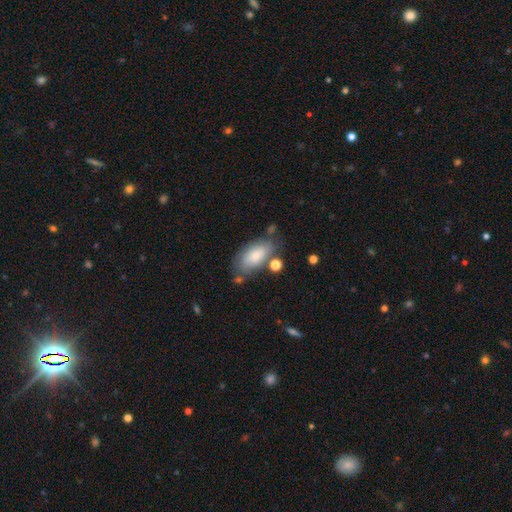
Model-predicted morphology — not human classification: Smooth or featured?
  - smooth: 76% *
  - featured or disk: 17%
  - star or artifact: 7%
How rounded?
  - in between: 91% *
  - cigar-shaped: 5%
  - round: 4%
Merging?
  - none: 61% *
  - minor disturbance: 22%
  - merger: 9%
  - major disturbance: 8%